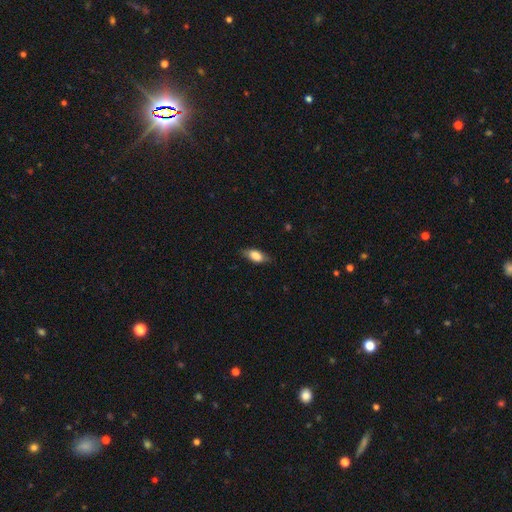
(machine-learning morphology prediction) Smooth or featured? smooth (76%)
How rounded? in between (81%)
Merging? none (77%)